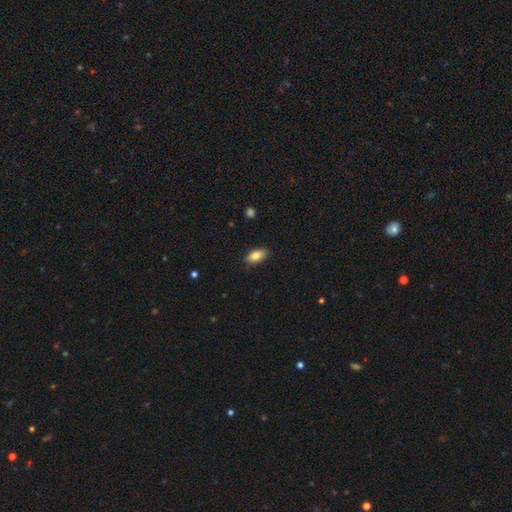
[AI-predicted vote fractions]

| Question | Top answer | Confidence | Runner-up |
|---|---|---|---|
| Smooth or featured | smooth | 82% | featured or disk (11%) |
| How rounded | in between | 90% | cigar-shaped (6%) |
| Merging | none | 87% | minor disturbance (10%) |